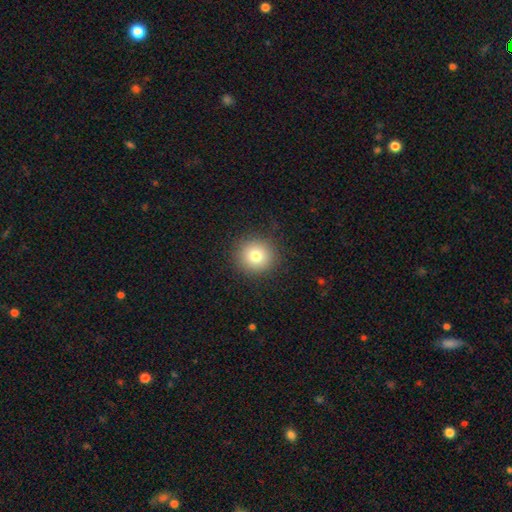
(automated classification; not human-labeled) Smooth or featured?
  - smooth: 77% *
  - star or artifact: 12%
  - featured or disk: 10%
How rounded?
  - round: 94% *
  - in between: 5%
  - cigar-shaped: 1%
Merging?
  - none: 90% *
  - minor disturbance: 6%
  - major disturbance: 3%
  - merger: 1%